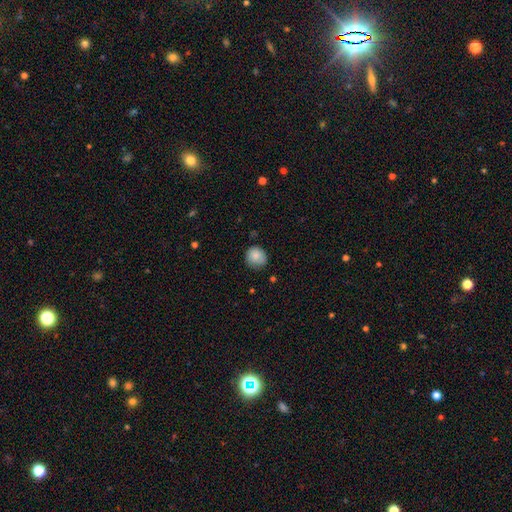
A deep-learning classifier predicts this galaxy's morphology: The model was most divided on "merging": none: 76%, minor disturbance: 20%, major disturbance: 3%, merger: 1%. More confident: how rounded — round (87%); smooth or featured — smooth (85%).